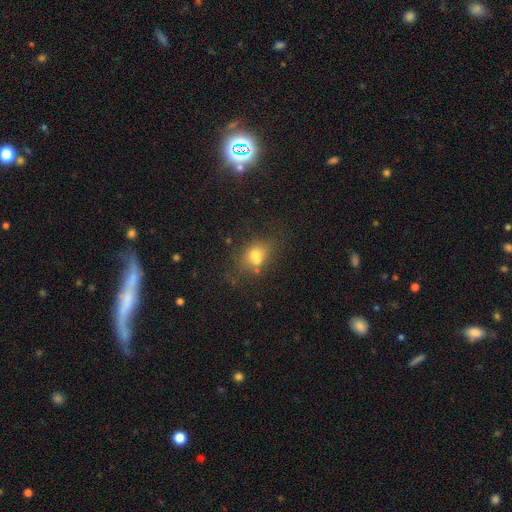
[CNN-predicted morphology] A smooth galaxy with no disk features (66%) that is round (54%).

Vote fractions:
- Smooth or featured? smooth: 66% / featured or disk: 19% / star or artifact: 15%
- How rounded? round: 54% / in between: 44% / cigar-shaped: 2%
- Merging? none: 48% / merger: 29% / minor disturbance: 16% / major disturbance: 7%